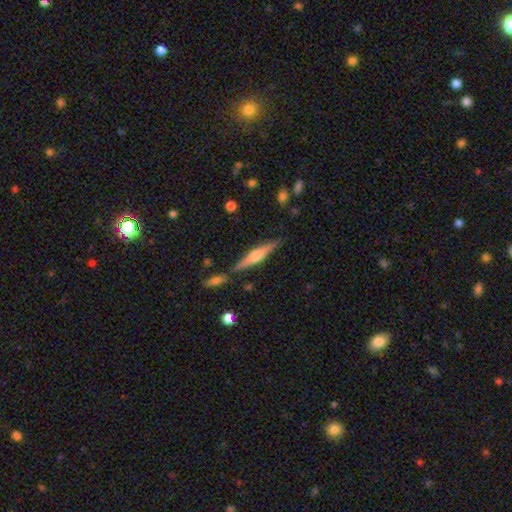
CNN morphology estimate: Overall: featured or disk (66%; smooth 27%). Edge-on disk: yes (97%). Edge-on bulge: rounded (76%). Merging: none (84%).